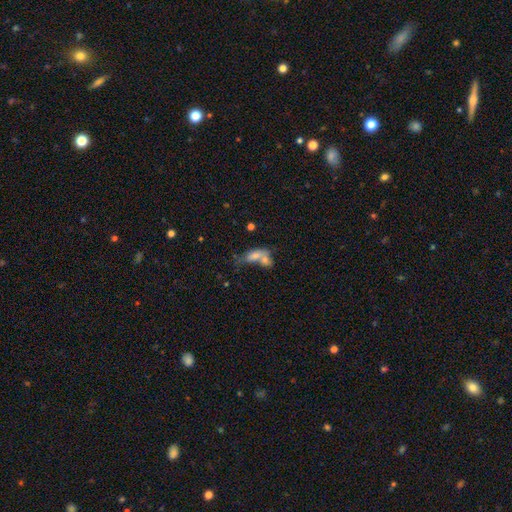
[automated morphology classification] This is likely a smooth galaxy (67%). How rounded: likely in between (78%). Merging: likely merger (62%).